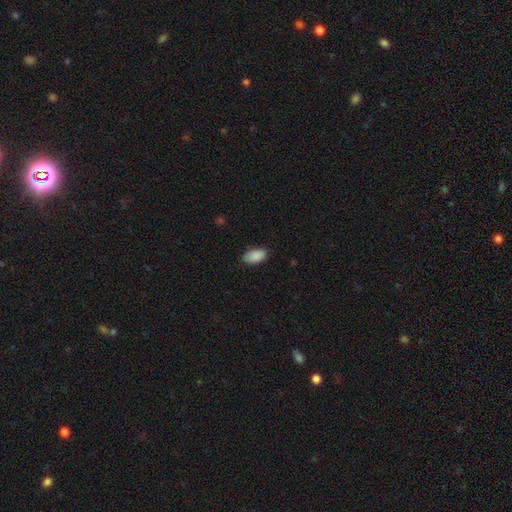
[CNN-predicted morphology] Smooth or featured: smooth — 90% (star or artifact — 7%)
How rounded: in between — 95% (round — 3%)
Merging: none — 84% (minor disturbance — 12%)